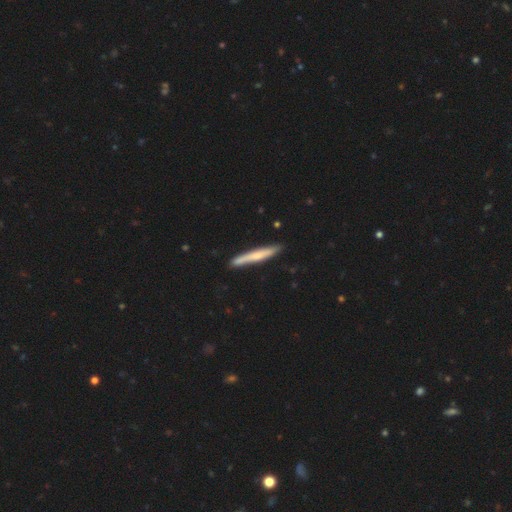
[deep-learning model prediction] Morphology: type=smooth (53%); roundness=cigar-shaped (95%); merging=none (85%).